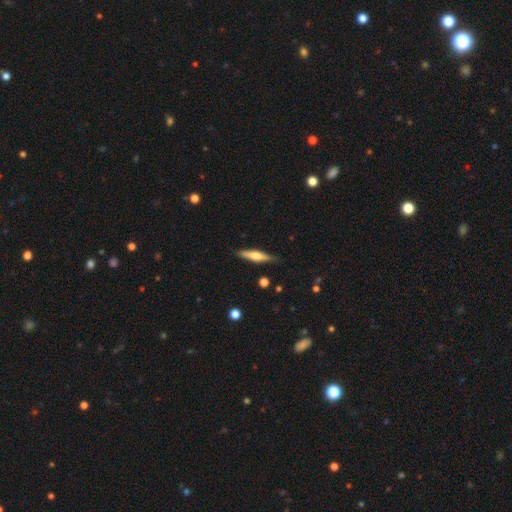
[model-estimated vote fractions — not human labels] The model was most divided on "smooth or featured": featured or disk: 49%, smooth: 45%, star or artifact: 6%. More confident: merging — none (86%).